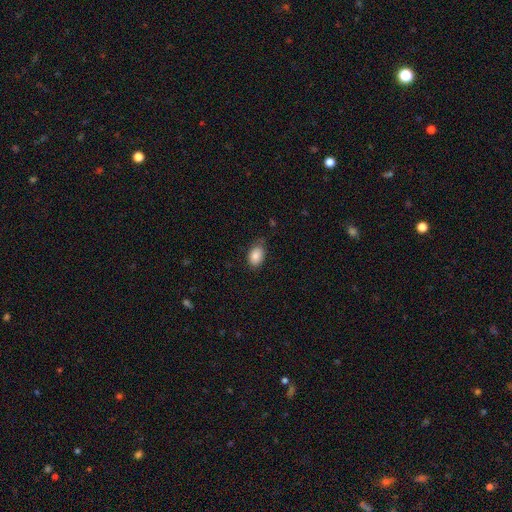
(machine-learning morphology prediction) smooth-or-featured: smooth: 86% | star or artifact: 8% | featured or disk: 6%
  how-rounded: in between: 85% | round: 14% | cigar-shaped: 1%
  merging: none: 72% | minor disturbance: 22% | major disturbance: 4% | merger: 1%